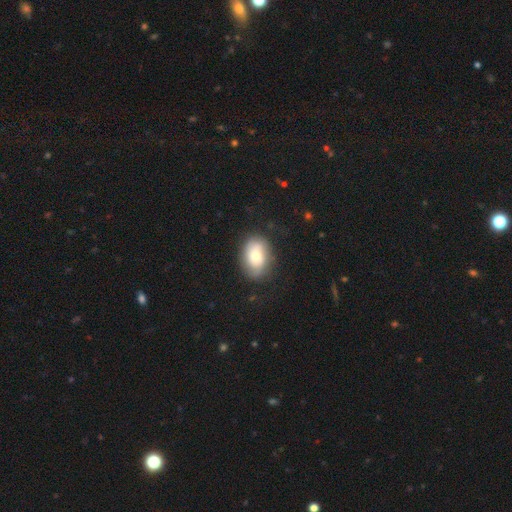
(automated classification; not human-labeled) Smooth or featured? smooth (67%)
How rounded? in between (79%)
Merging? none (74%)